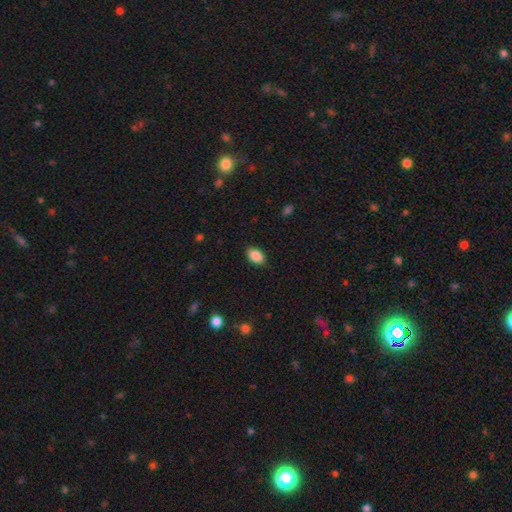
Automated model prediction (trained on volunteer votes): This appears to be a smooth galaxy with no disk features (89%) that is in between round and cigar-shaped (87%). Merging: none (86%).